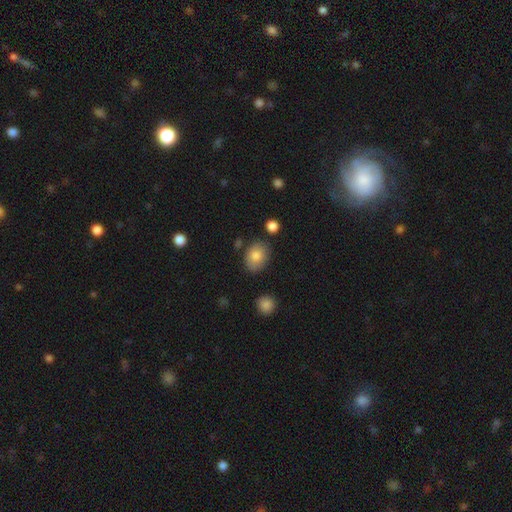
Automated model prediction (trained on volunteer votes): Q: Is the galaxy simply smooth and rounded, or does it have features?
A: smooth — 81%.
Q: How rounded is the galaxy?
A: in between — 60%.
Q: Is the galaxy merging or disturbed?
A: none — 78%.